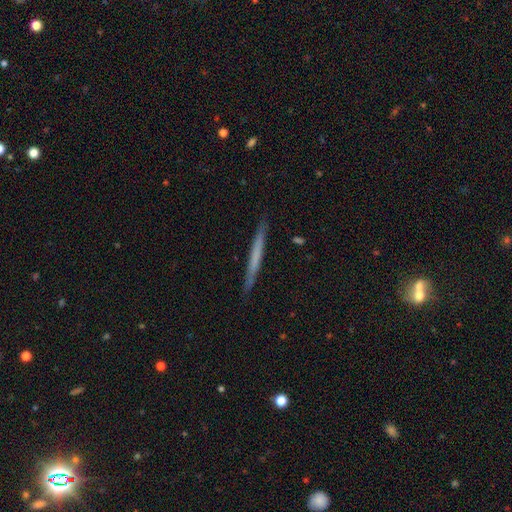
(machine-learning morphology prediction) type=smooth (50%); roundness=cigar-shaped (97%); merging=none (90%).